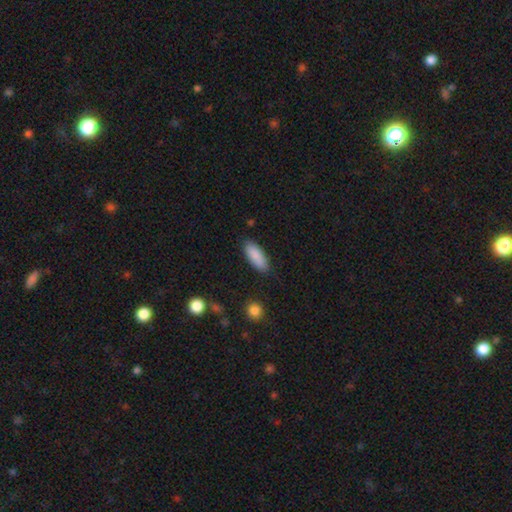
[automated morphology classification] Smooth or featured? smooth (89%)
How rounded? in between (75%)
Merging? none (85%)